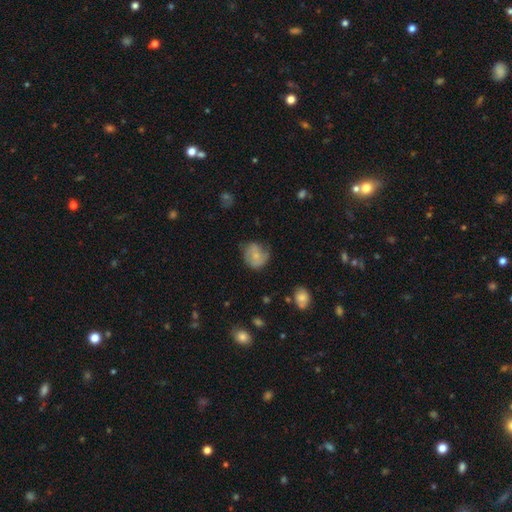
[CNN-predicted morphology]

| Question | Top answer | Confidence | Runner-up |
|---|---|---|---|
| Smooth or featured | smooth | 58% | featured or disk (34%) |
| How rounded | round | 73% | in between (26%) |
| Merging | none | 53% | minor disturbance (30%) |